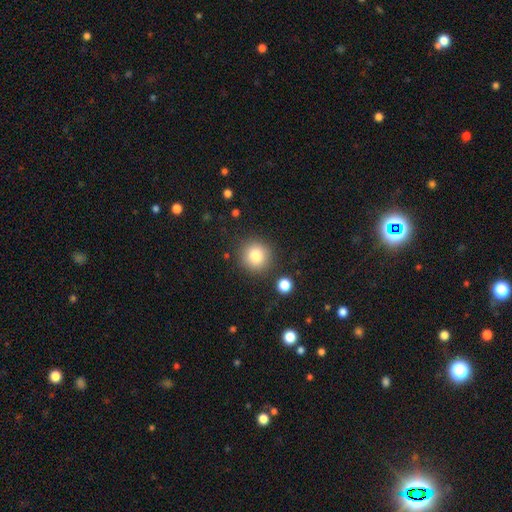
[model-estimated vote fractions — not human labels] smooth-or-featured: smooth: 81% | star or artifact: 11% | featured or disk: 8%
  how-rounded: round: 93% | in between: 6% | cigar-shaped: 1%
  merging: none: 87% | minor disturbance: 7% | merger: 3% | major disturbance: 3%